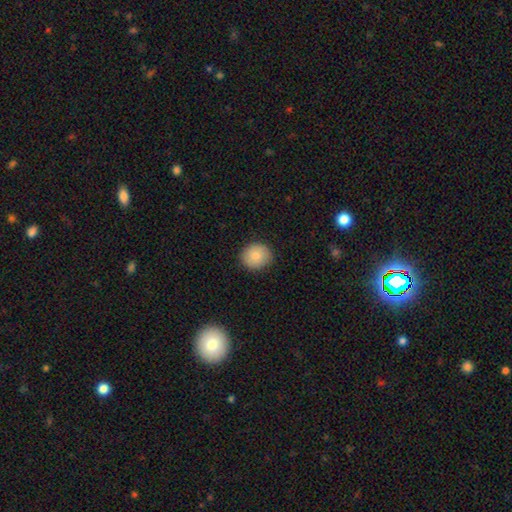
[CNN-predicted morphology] Smooth or featured? smooth (84%)
How rounded? round (80%)
Merging? none (88%)